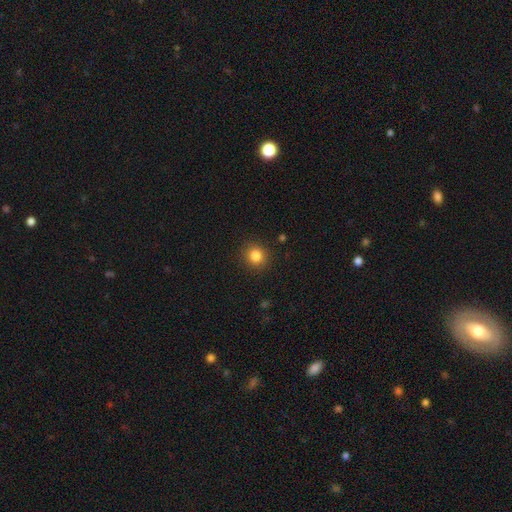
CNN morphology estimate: A smooth galaxy with no disk features (84%) that is round (89%).

Vote fractions:
- Smooth or featured? smooth: 84% / star or artifact: 11% / featured or disk: 5%
- How rounded? round: 89% / in between: 11% / cigar-shaped: 1%
- Merging? none: 90% / minor disturbance: 7% / major disturbance: 2% / merger: 1%